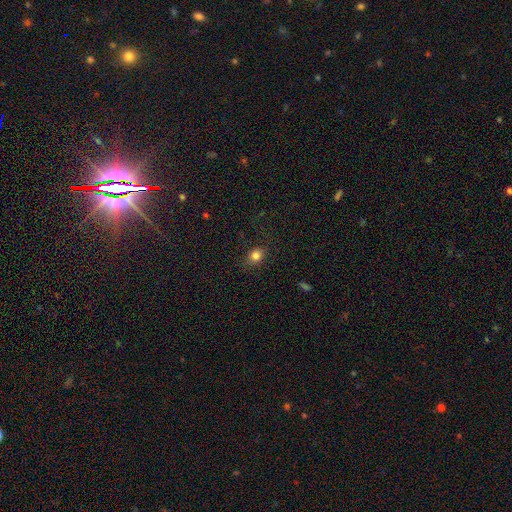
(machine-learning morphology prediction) smooth-or-featured: smooth: 82% | star or artifact: 12% | featured or disk: 6%
  how-rounded: round: 53% | in between: 46% | cigar-shaped: 1%
  merging: none: 81% | minor disturbance: 14% | major disturbance: 5% | merger: 1%